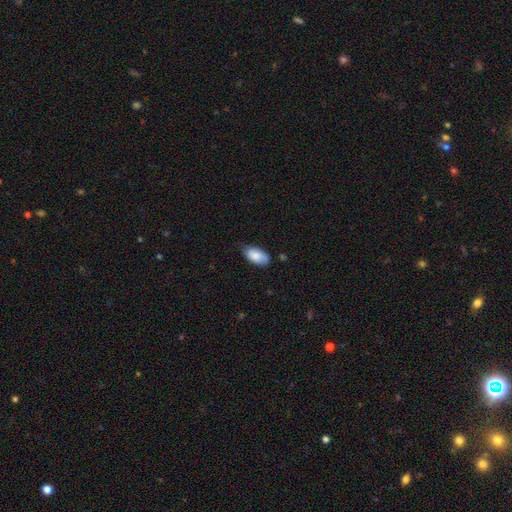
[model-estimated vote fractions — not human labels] Smooth or featured?
  - smooth: 85% *
  - featured or disk: 9%
  - star or artifact: 6%
How rounded?
  - in between: 94% *
  - round: 3%
  - cigar-shaped: 3%
Merging?
  - none: 66% *
  - minor disturbance: 28%
  - major disturbance: 4%
  - merger: 2%